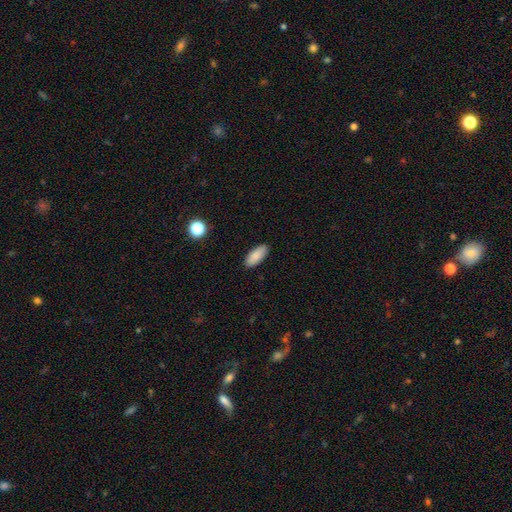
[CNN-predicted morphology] Smooth or featured? smooth (88%)
How rounded? in between (82%)
Merging? none (89%)